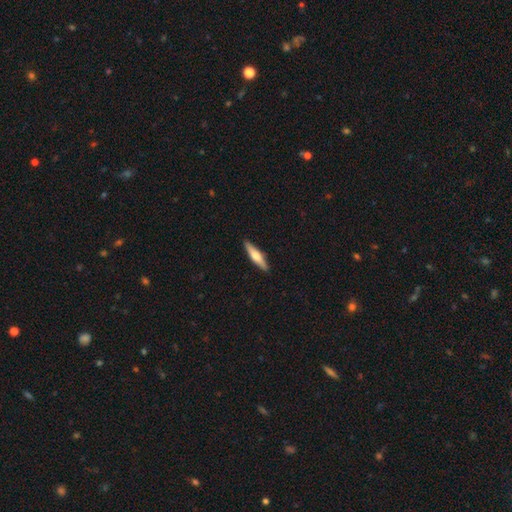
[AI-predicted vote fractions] Smooth or featured?
  - smooth: 51% *
  - featured or disk: 44%
  - star or artifact: 5%
How rounded?
  - cigar-shaped: 80% *
  - in between: 18%
  - round: 2%
Merging?
  - none: 91% *
  - minor disturbance: 7%
  - major disturbance: 1%
  - merger: 1%